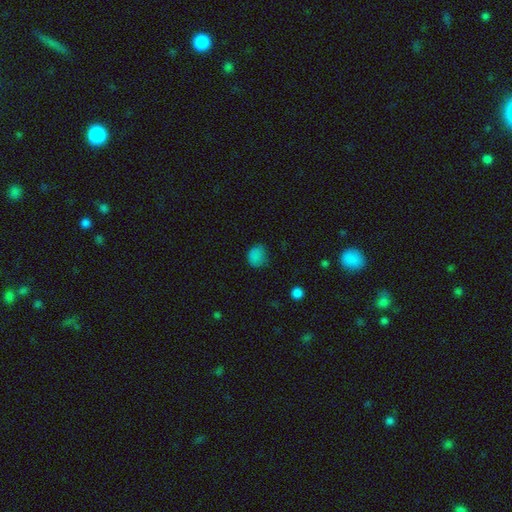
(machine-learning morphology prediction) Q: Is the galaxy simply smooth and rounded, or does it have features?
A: smooth — 80%.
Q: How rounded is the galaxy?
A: round — 65%.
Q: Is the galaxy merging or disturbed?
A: none — 68%.